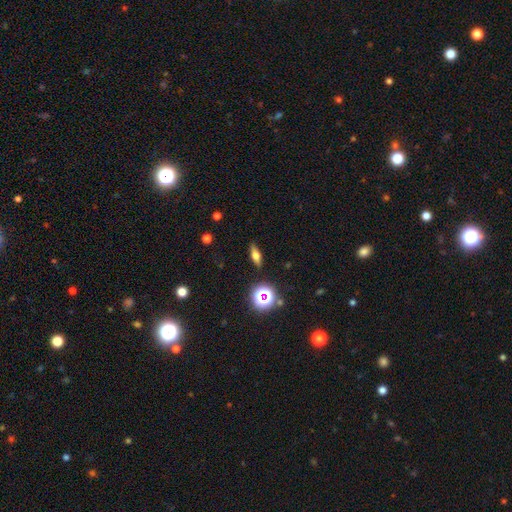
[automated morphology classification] Smooth or featured?
  - smooth: 56% *
  - featured or disk: 29%
  - star or artifact: 15%
How rounded?
  - in between: 53% *
  - cigar-shaped: 37%
  - round: 10%
Merging?
  - none: 87% *
  - minor disturbance: 9%
  - major disturbance: 3%
  - merger: 2%